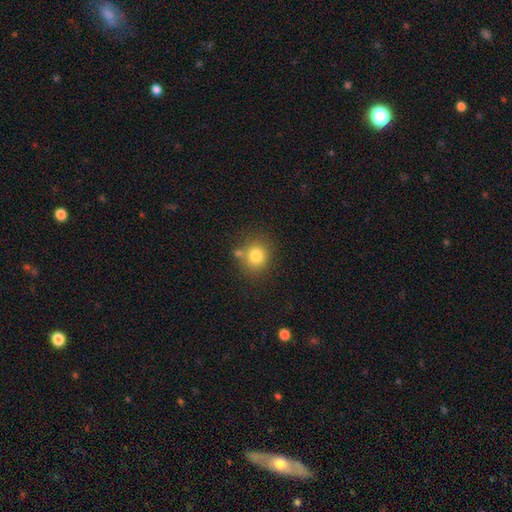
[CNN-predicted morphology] Overall: smooth (80%). How rounded: round (83%). Merging: none (70%).